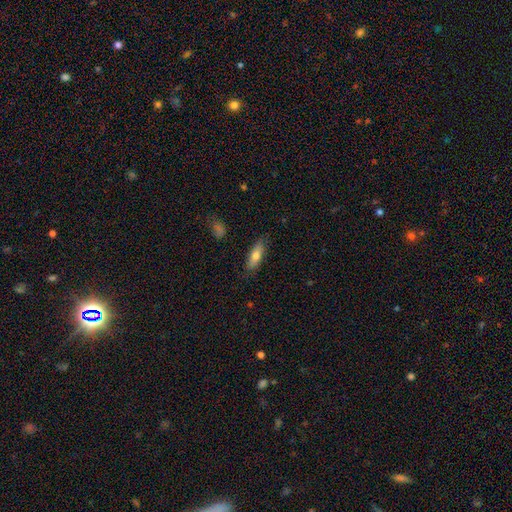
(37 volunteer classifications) Smooth or featured? 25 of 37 (68%) said smooth. How rounded? 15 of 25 (60%) said in between. Merging? 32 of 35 (91%) said none.